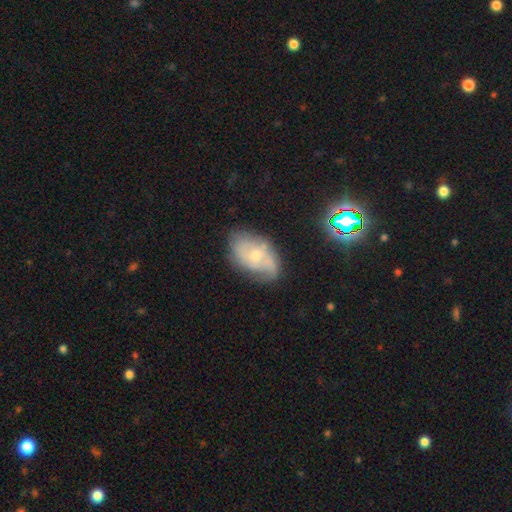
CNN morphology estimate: This appears to be a featured or disk galaxy (57%) with no bar (75%), spiral arms (71%) and a small central bulge (53%). Merging: none (57%).